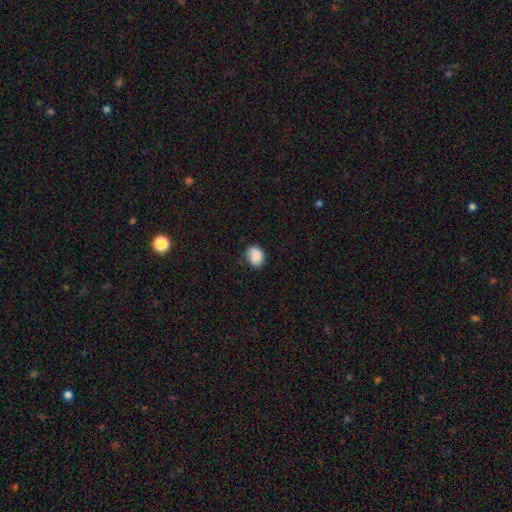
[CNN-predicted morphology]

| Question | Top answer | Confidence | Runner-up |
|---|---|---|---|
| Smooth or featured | smooth | 88% | star or artifact (8%) |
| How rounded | round | 51% | in between (48%) |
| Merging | none | 75% | minor disturbance (20%) |